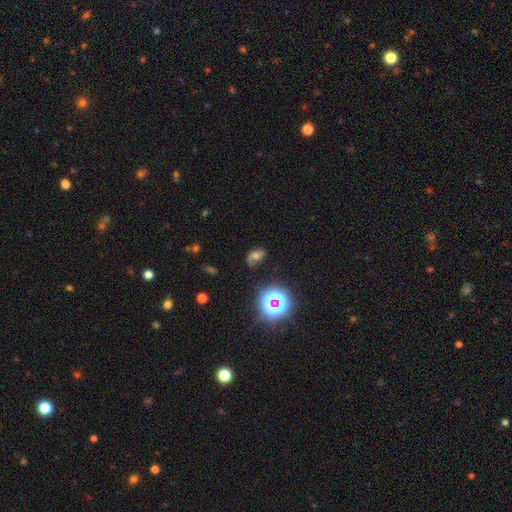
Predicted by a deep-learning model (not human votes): A smooth galaxy with no disk features (44%). Merging: none (56%).